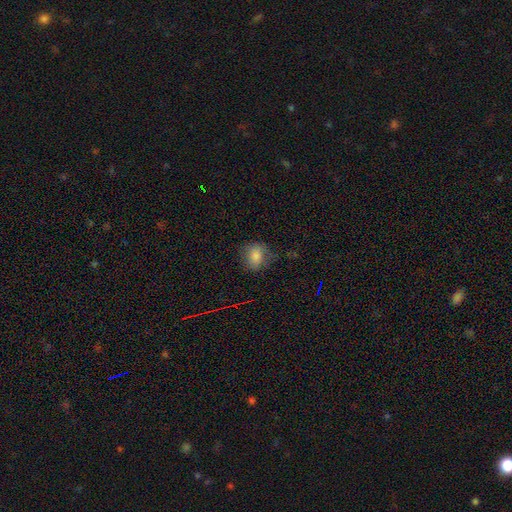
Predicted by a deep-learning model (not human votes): Smooth or featured? Predicted: smooth (p=0.78). How rounded? Predicted: round (p=0.52). Merging? Predicted: none (p=0.61).